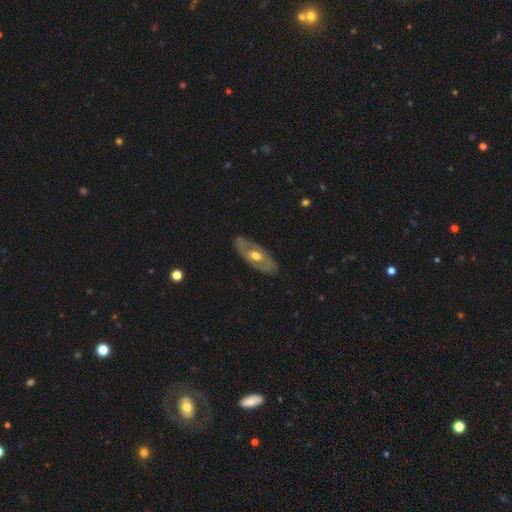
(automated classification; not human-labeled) This appears to be a featured or disk galaxy (64%) with no bar (79%), no spiral arms (66%) and a moderate central bulge (77%). Merging: none (85%).